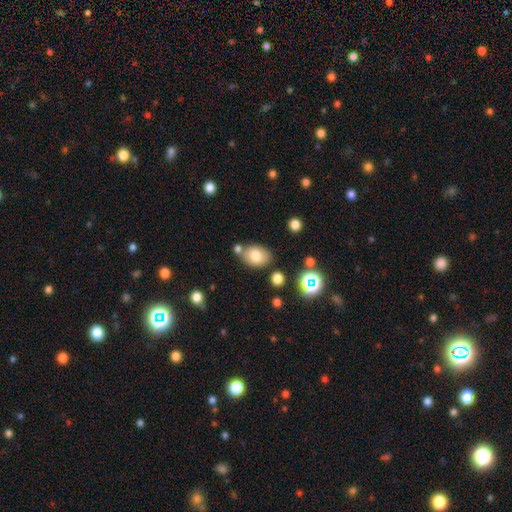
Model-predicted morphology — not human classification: Smooth or featured? Predicted: smooth (p=0.76). How rounded? Predicted: in between (p=0.79). Merging? Predicted: none (p=0.69).